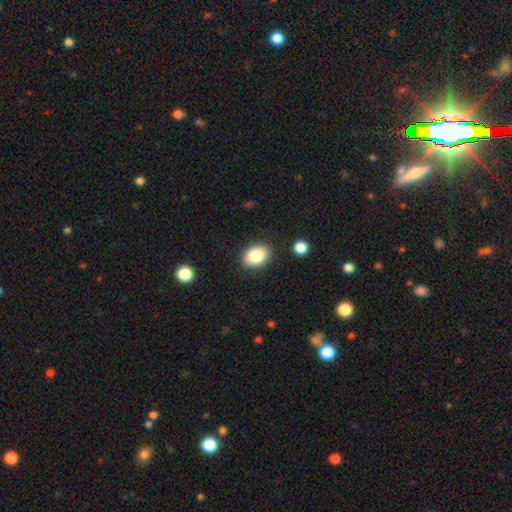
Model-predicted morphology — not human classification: smooth-or-featured: smooth: 84% | star or artifact: 8% | featured or disk: 7%
  how-rounded: in between: 77% | round: 22% | cigar-shaped: 1%
  merging: none: 87% | minor disturbance: 9% | major disturbance: 2% | merger: 2%